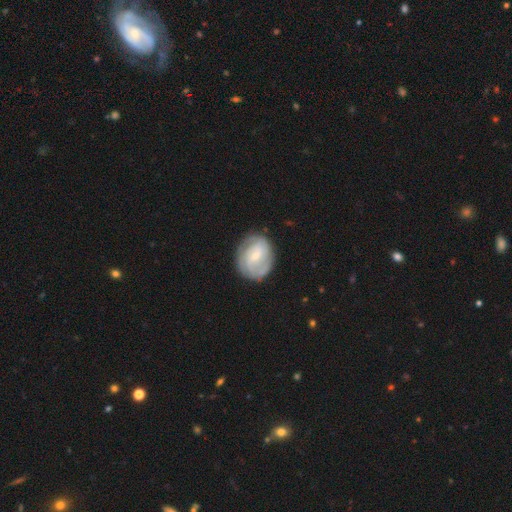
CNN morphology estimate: Smooth or featured: featured or disk — 72% (smooth — 22%)
Edge-on disk: no — 98% (yes — 2%)
Bar: weak — 54% (no — 31%)
Spiral arms: yes — 91% (no — 9%)
Spiral winding: tight — 53% (medium — 35%)
Spiral arm count: 2 — 49% (can't tell — 27%)
Bulge size: small — 66% (moderate — 28%)
Merging: none — 77% (minor disturbance — 16%)